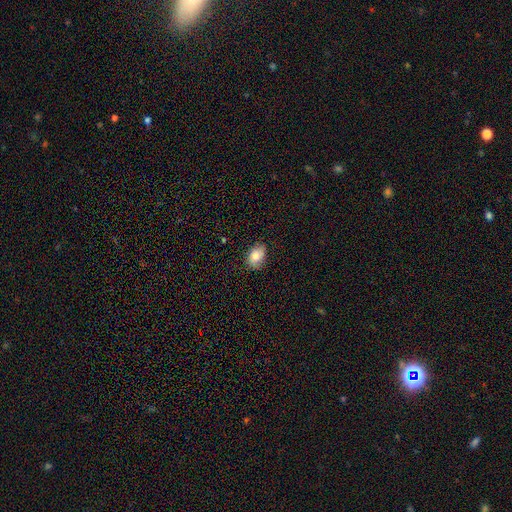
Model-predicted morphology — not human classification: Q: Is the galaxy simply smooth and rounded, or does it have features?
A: smooth — 78%.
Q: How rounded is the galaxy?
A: in between — 80%.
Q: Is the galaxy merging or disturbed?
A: none — 76%.